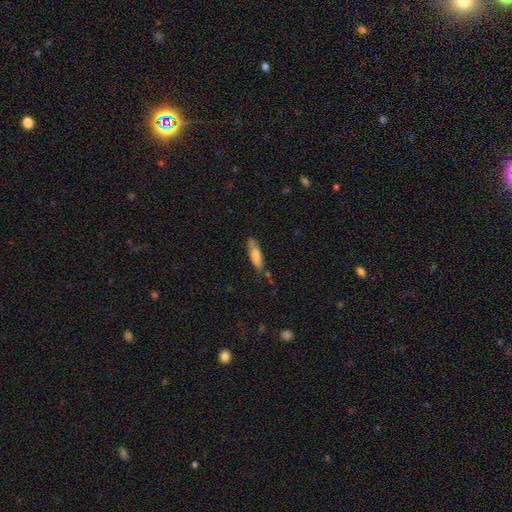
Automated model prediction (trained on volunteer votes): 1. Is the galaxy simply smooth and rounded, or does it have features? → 71% smooth, 23% featured or disk, 7% star or artifact.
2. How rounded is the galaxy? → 64% cigar-shaped, 34% in between, 2% round.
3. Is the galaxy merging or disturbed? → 68% none, 22% minor disturbance, 5% merger, 5% major disturbance.